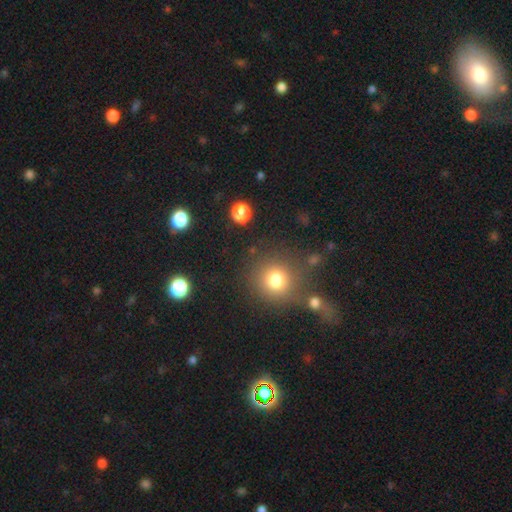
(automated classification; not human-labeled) Smooth or featured? smooth (61%)
How rounded? round (92%)
Merging? none (78%)